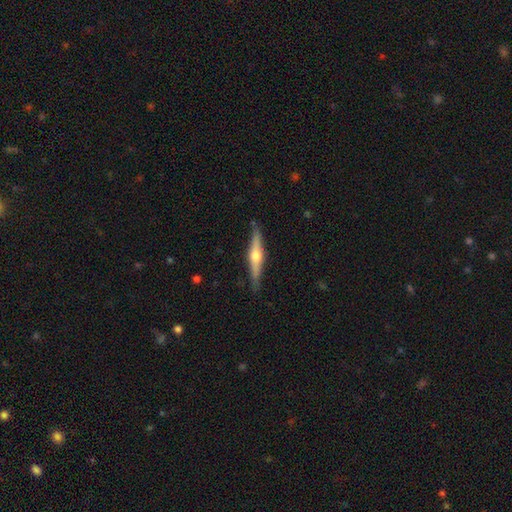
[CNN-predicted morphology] Q: Smooth or featured?
A: featured or disk (72%); runner-up: smooth (23%)
Q: Edge-on disk?
A: yes (97%); runner-up: no (3%)
Q: Edge-on bulge?
A: rounded (94%); runner-up: boxy (3%)
Q: Merging?
A: none (87%); runner-up: minor disturbance (10%)